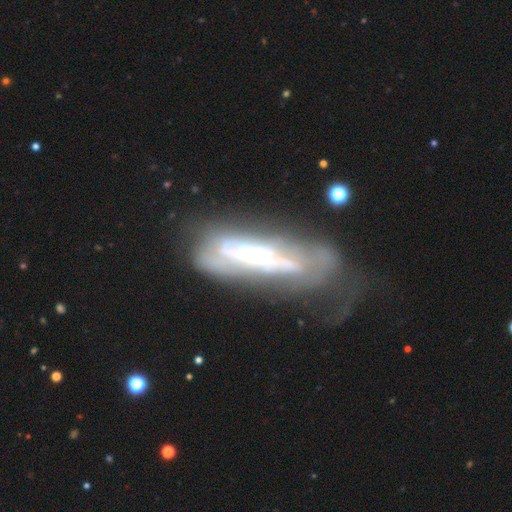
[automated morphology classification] Smooth or featured? featured or disk (69%)
Edge-on disk? no (72%)
Merging? major disturbance (39%)